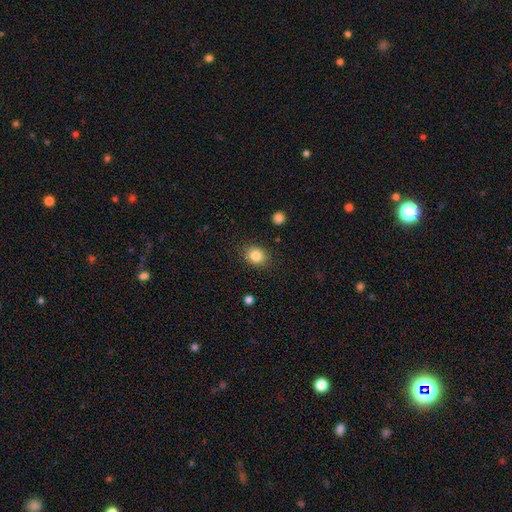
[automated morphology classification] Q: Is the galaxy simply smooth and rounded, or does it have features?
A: smooth — 85%.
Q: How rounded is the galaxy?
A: round — 62%.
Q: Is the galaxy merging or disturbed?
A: none — 86%.